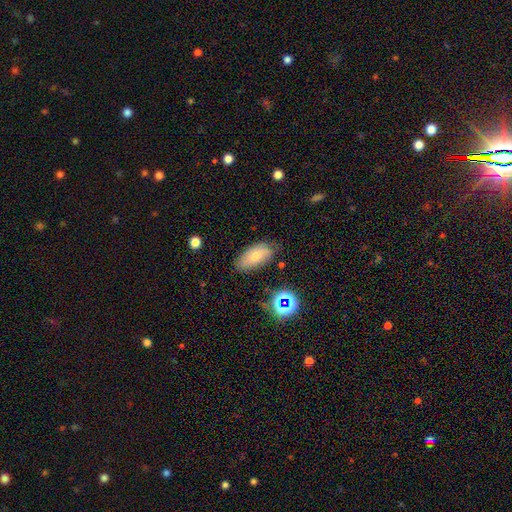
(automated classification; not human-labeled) smooth-or-featured: smooth: 63% | featured or disk: 27% | star or artifact: 11%
  how-rounded: in between: 90% | cigar-shaped: 6% | round: 4%
  merging: none: 68% | minor disturbance: 24% | major disturbance: 6% | merger: 3%